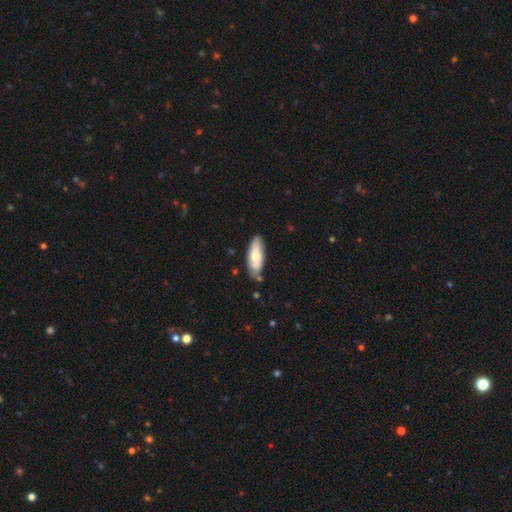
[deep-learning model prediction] The model was most divided on "smooth or featured": smooth: 63%, featured or disk: 32%, star or artifact: 5%. More confident: how rounded — in between (70%); merging — none (70%).